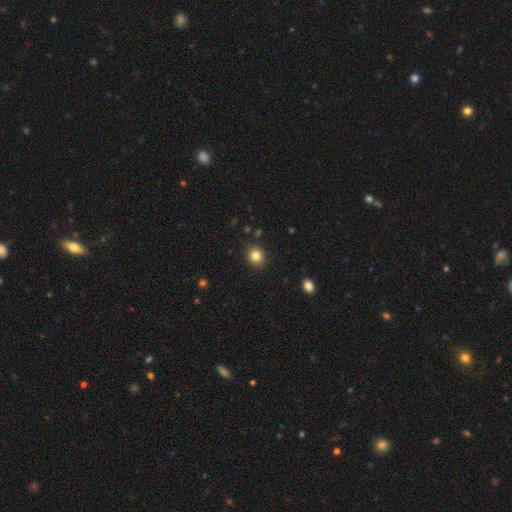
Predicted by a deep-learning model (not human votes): smooth-or-featured: smooth: 82% | star or artifact: 11% | featured or disk: 6%
  how-rounded: round: 73% | in between: 26% | cigar-shaped: 1%
  merging: none: 89% | minor disturbance: 7% | major disturbance: 2% | merger: 1%